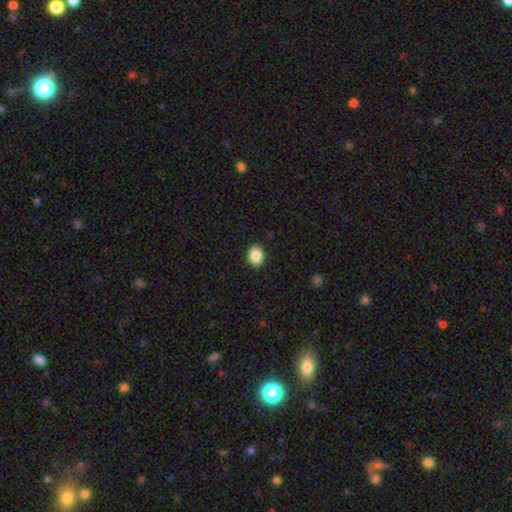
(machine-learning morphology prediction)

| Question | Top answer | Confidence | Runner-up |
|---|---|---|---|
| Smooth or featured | smooth | 88% | star or artifact (8%) |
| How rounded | in between | 61% | round (38%) |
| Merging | none | 90% | minor disturbance (7%) |